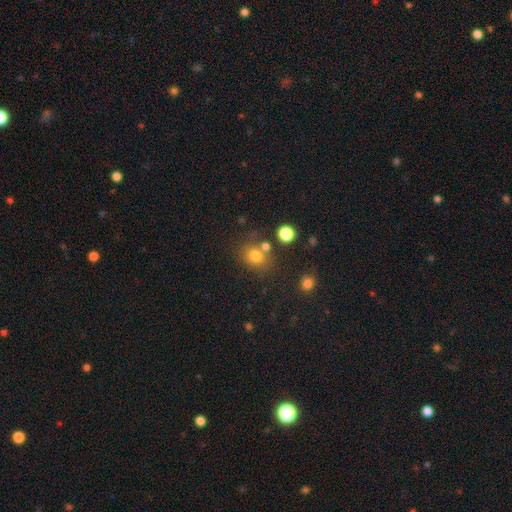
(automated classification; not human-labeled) This appears to be a smooth galaxy with no disk features (76%) that is round (66%). Merging: none (66%).